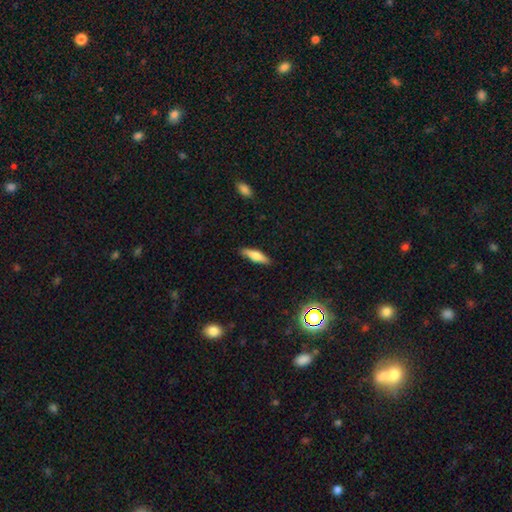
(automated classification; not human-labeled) Q: Smooth or featured?
A: smooth (71%); runner-up: featured or disk (22%)
Q: How rounded?
A: cigar-shaped (63%); runner-up: in between (35%)
Q: Merging?
A: none (85%); runner-up: minor disturbance (11%)